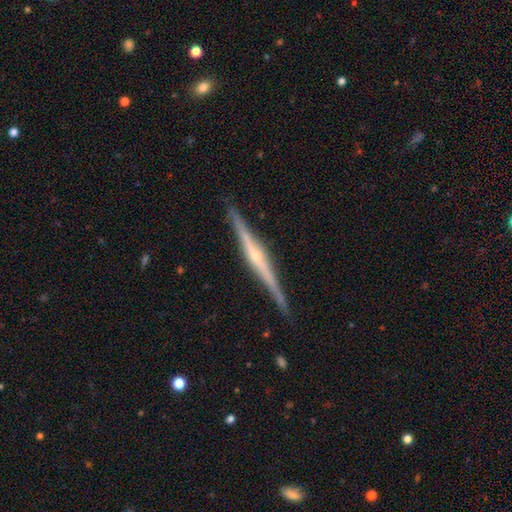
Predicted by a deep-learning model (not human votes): Smooth or featured? featured or disk (83%)
Edge-on disk? yes (98%)
Edge-on bulge? rounded (70%)
Merging? none (90%)